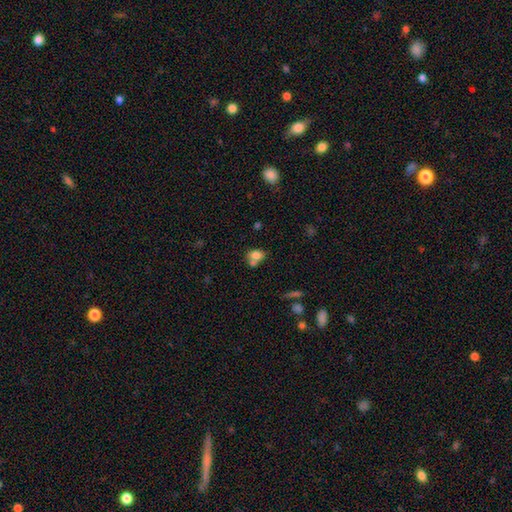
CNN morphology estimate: smooth 77%, featured or disk 12%, star or artifact 10%. Down the decision tree: how rounded — in between (62%); merging — merger (42%).